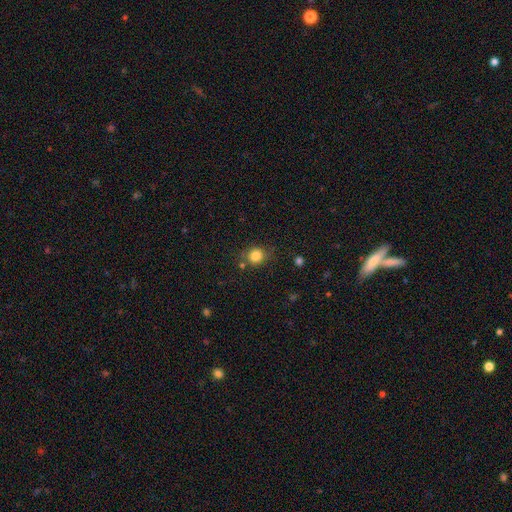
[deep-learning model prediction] Smooth or featured? Predicted: smooth (p=0.83). How rounded? Predicted: round (p=0.79). Merging? Predicted: none (p=0.74).